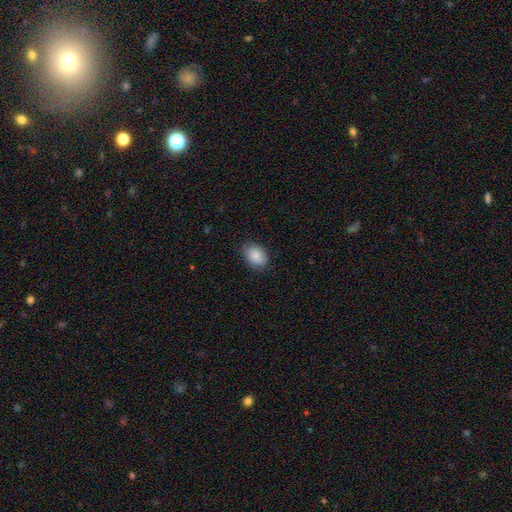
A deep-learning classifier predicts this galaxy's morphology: smooth_or_featured: smooth (p=0.87) [alt: star or artifact p=0.07]
how_rounded: in between (p=0.79) [alt: round p=0.20]
merging: none (p=0.82) [alt: minor disturbance p=0.15]